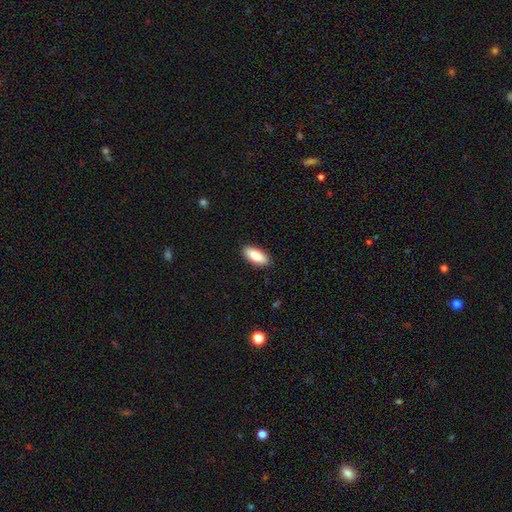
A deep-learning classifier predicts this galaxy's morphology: Q: Smooth or featured?
A: smooth (86%); runner-up: featured or disk (8%)
Q: How rounded?
A: in between (85%); runner-up: cigar-shaped (13%)
Q: Merging?
A: none (90%); runner-up: minor disturbance (7%)